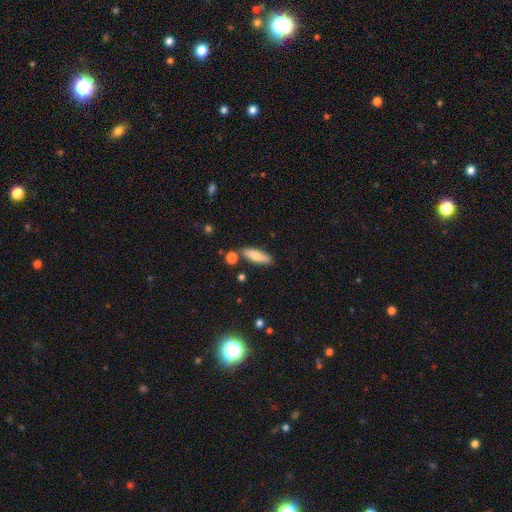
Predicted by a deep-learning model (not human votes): The model was most divided on "how rounded": cigar-shaped: 51%, in between: 47%, round: 2%. More confident: merging — none (79%); smooth or featured — smooth (72%).